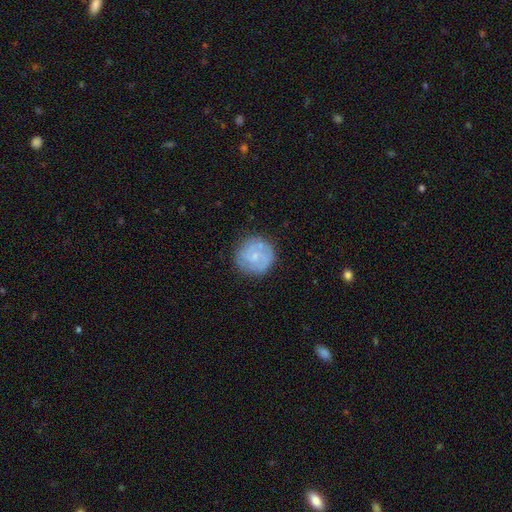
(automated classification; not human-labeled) A featured or disk galaxy (58%) with no bar (69%), spiral arms (77%) and a small central bulge (69%).

Vote fractions:
- Smooth or featured? featured or disk: 58% / smooth: 36% / star or artifact: 7%
- Edge-on disk? no: 98% / yes: 2%
- Bar? no: 69% / weak: 27% / strong: 4%
- Spiral arms? yes: 77% / no: 23%
- Bulge size? small: 69% / moderate: 21% / none: 9% / large: 1% / dominant: 1%
- Merging? none: 80% / minor disturbance: 14% / major disturbance: 5% / merger: 1%